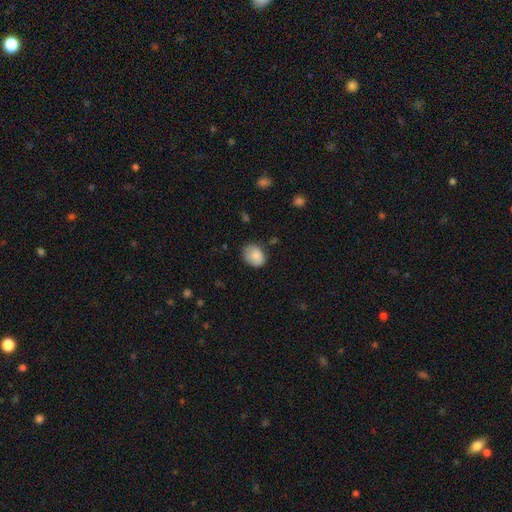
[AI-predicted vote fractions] Smooth or featured? smooth (83%)
How rounded? in between (63%)
Merging? none (66%)